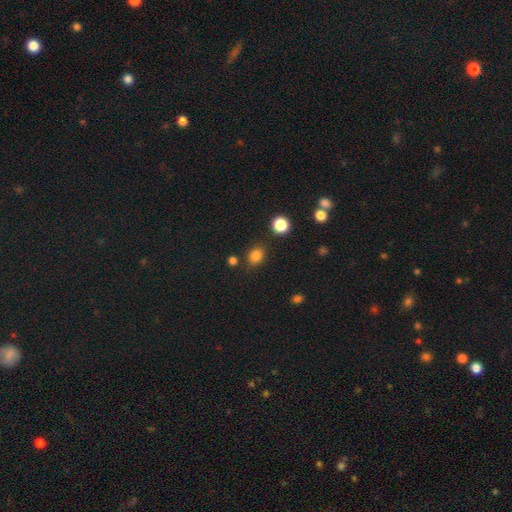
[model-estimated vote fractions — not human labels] smooth-or-featured: smooth: 82% | star or artifact: 13% | featured or disk: 4%
  how-rounded: round: 54% | in between: 45% | cigar-shaped: 1%
  merging: none: 82% | minor disturbance: 11% | merger: 4% | major disturbance: 3%